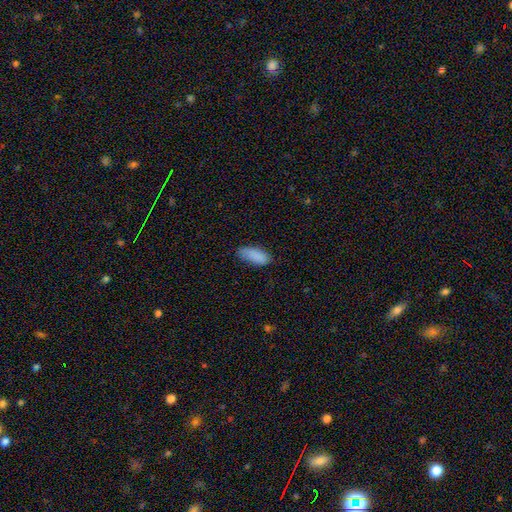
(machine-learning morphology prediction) smooth_or_featured: smooth (p=0.87) [alt: star or artifact p=0.07]
how_rounded: in between (p=0.85) [alt: cigar-shaped p=0.13]
merging: none (p=0.66) [alt: minor disturbance p=0.27]